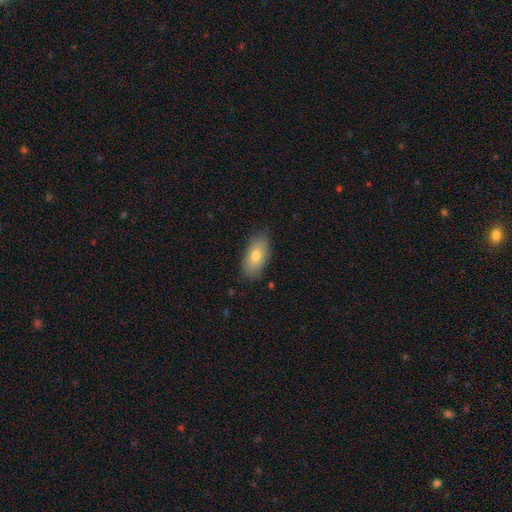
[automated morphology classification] Smooth or featured? Predicted: smooth (p=0.76). How rounded? Predicted: in between (p=0.90). Merging? Predicted: none (p=0.84).